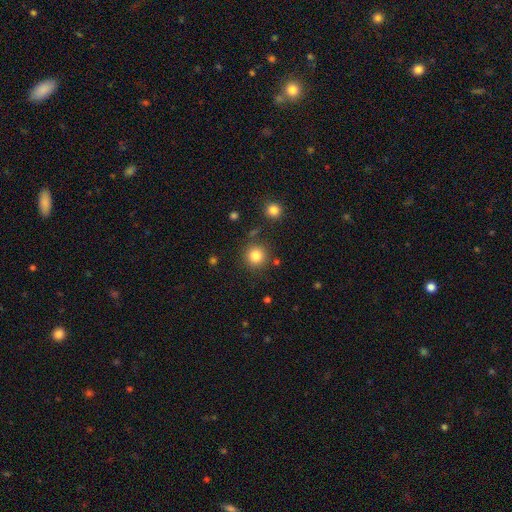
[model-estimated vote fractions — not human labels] Smooth or featured? smooth (83%)
How rounded? round (93%)
Merging? none (85%)